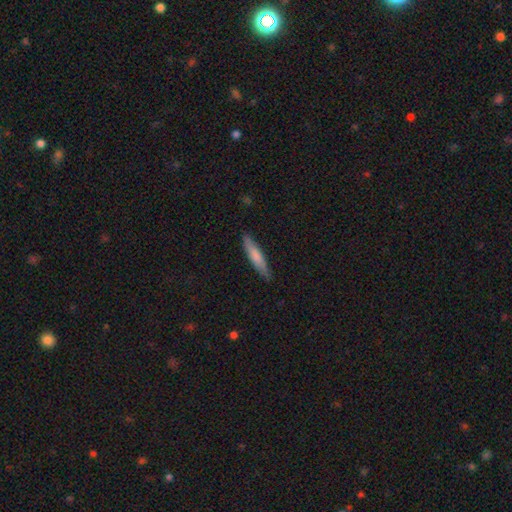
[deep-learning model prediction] This is likely a smooth galaxy (75%). How rounded: clearly cigar-shaped (88%). Merging: clearly none (88%).